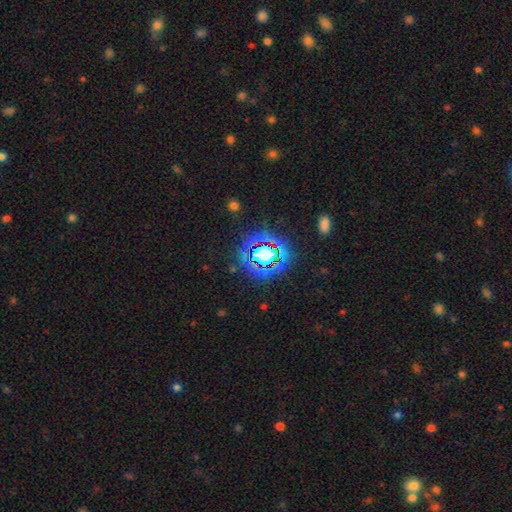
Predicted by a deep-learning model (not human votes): smooth-or-featured: star or artifact: 81% | smooth: 12% | featured or disk: 7%